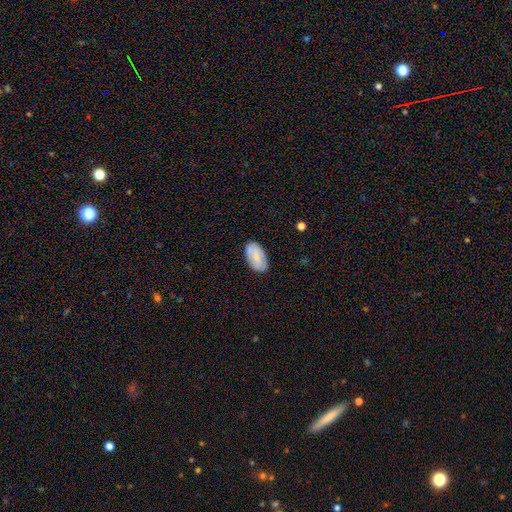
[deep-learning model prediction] smooth 65%, featured or disk 28%, star or artifact 7%. Down the decision tree: how rounded — in between (94%); merging — none (83%).